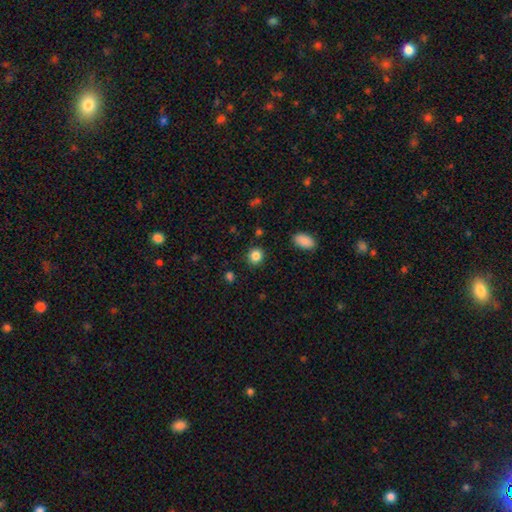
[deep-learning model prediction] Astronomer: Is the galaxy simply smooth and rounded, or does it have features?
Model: smooth — 85%.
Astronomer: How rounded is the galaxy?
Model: round — 85%.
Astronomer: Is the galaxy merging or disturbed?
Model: none — 88%.